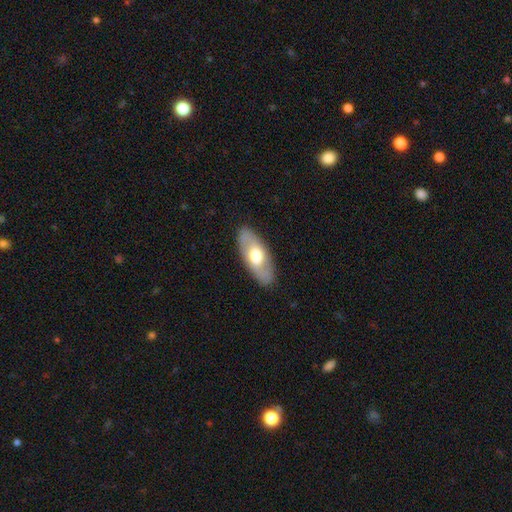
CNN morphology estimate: This appears to be a smooth galaxy with no disk features (49%). Merging: none (87%).